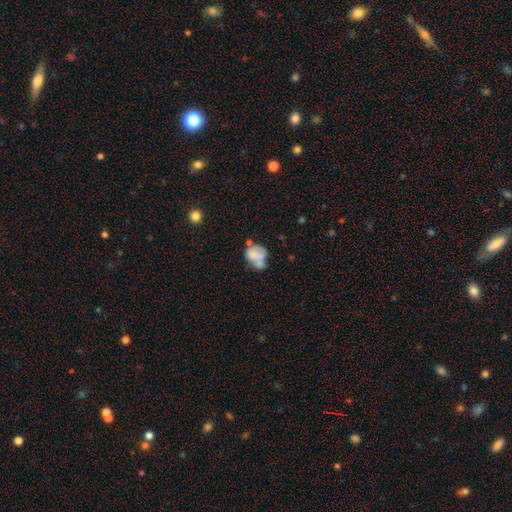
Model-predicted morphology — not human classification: Smooth or featured? Predicted: smooth (p=0.58). How rounded? Predicted: in between (p=0.60). Merging? Predicted: merger (p=0.37).